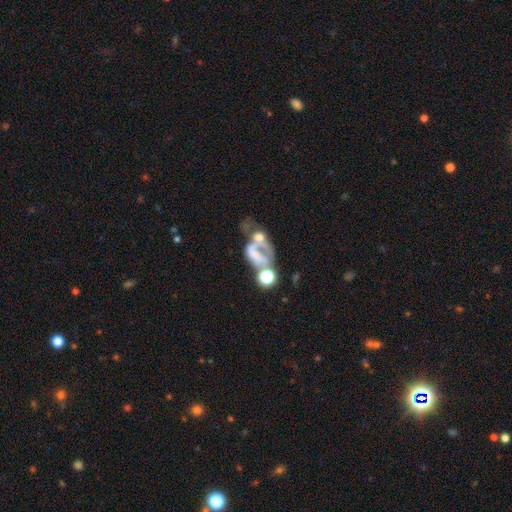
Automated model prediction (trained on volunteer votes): Smooth or featured? Predicted: featured or disk (p=0.50). Edge-on disk? Predicted: no (p=0.97). Merging? Predicted: merger (p=0.47).